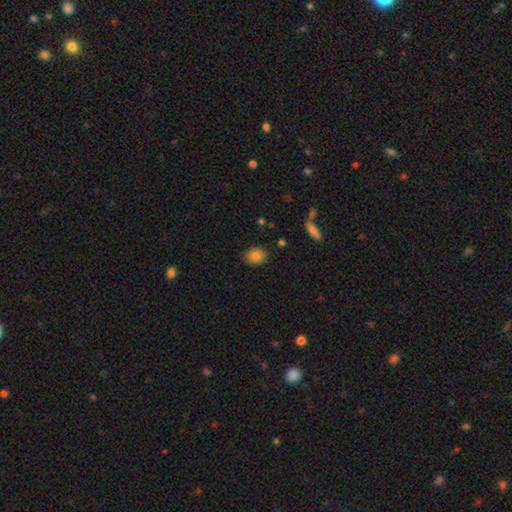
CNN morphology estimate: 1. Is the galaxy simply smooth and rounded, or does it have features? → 82% smooth, 9% featured or disk, 9% star or artifact.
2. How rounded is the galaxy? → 71% in between, 28% round, 1% cigar-shaped.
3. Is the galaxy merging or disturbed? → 84% none, 12% minor disturbance, 2% major disturbance, 2% merger.